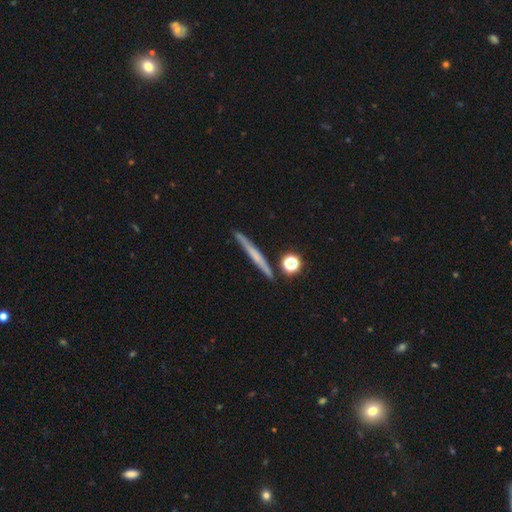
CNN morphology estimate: Smooth or featured? featured or disk (49%)
Merging? none (87%)